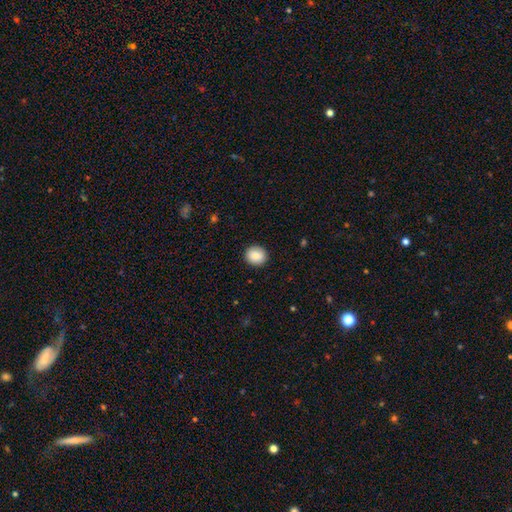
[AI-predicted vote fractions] Smooth or featured: smooth — 87% (star or artifact — 8%)
How rounded: round — 88% (in between — 11%)
Merging: none — 91% (minor disturbance — 6%)